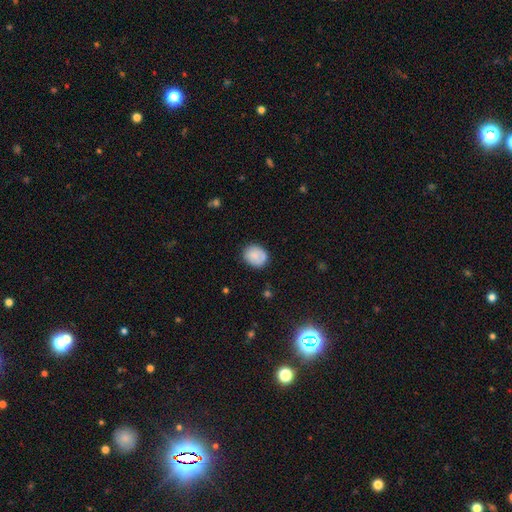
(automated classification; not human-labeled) Overall: smooth (80%). How rounded: round (65%; in between 34%). Merging: none (75%).